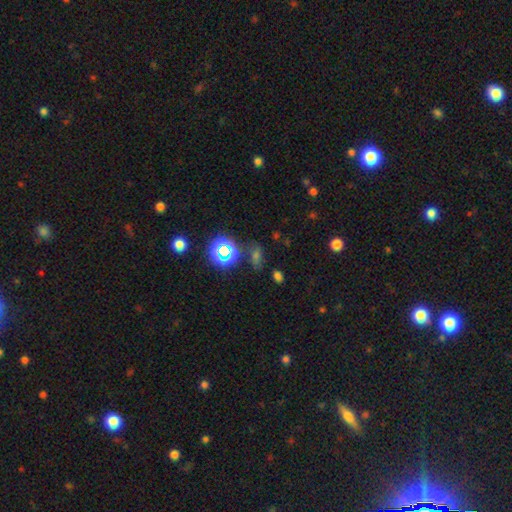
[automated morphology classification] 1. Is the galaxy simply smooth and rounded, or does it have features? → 46% star or artifact, 42% smooth, 13% featured or disk.